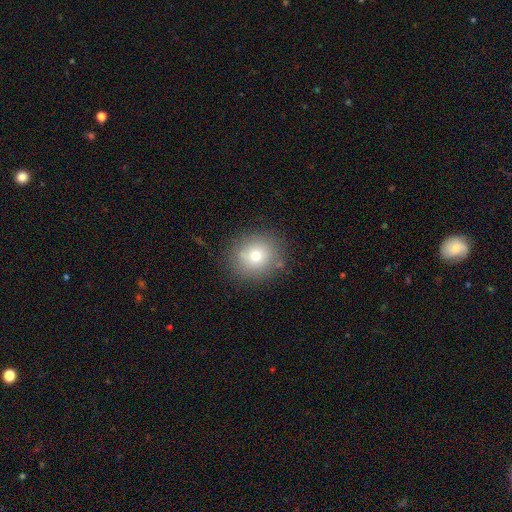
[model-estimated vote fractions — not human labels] Smooth or featured?
  - smooth: 73% *
  - featured or disk: 14%
  - star or artifact: 13%
How rounded?
  - round: 86% *
  - in between: 13%
  - cigar-shaped: 1%
Merging?
  - none: 83% *
  - minor disturbance: 11%
  - major disturbance: 4%
  - merger: 3%